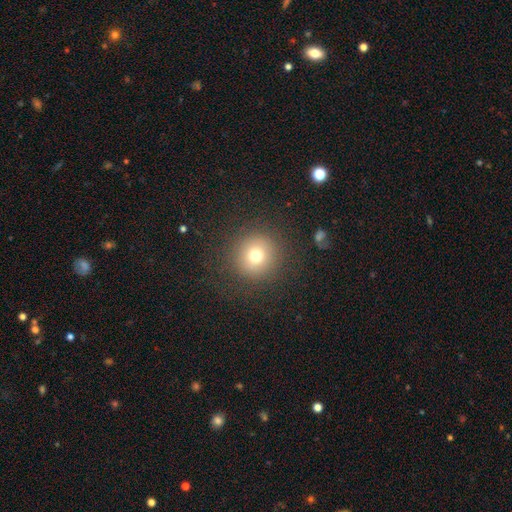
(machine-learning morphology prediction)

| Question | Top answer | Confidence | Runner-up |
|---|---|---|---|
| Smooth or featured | smooth | 73% | star or artifact (14%) |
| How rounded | round | 94% | in between (5%) |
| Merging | none | 86% | minor disturbance (8%) |